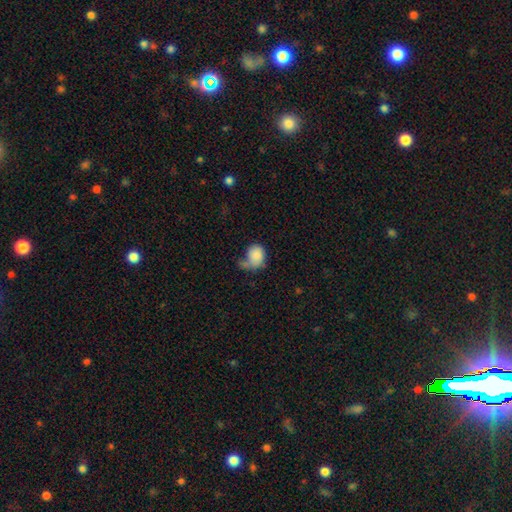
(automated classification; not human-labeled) Overall: smooth (80%). How rounded: round (52%; in between 47%). Merging: major disturbance (30%; none 29%).